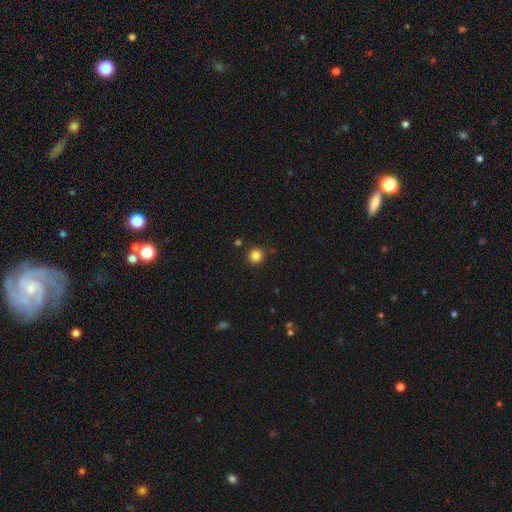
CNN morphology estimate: smooth 84%, star or artifact 12%, featured or disk 5%. Down the decision tree: how rounded — round (94%); merging — none (90%).